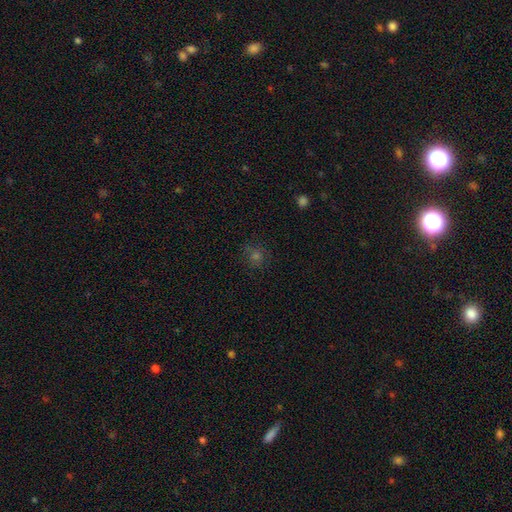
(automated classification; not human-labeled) A smooth galaxy with no disk features (53%) that is round (90%). Merging: none (85%).